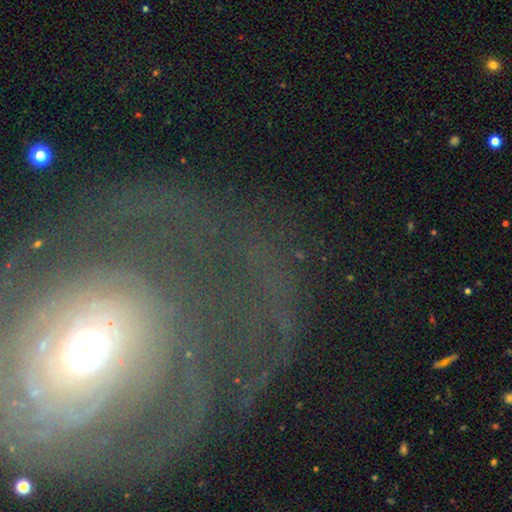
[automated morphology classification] Smooth or featured? featured or disk (67%)
Edge-on disk? no (94%)
Bar? no (68%)
Spiral arms? yes (62%)
Bulge size? moderate (61%)
Merging? none (50%)